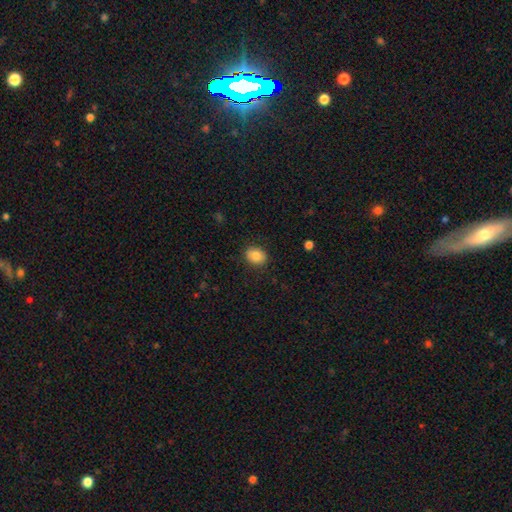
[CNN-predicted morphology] This appears to be a smooth galaxy with no disk features (84%) that is in between round and cigar-shaped (58%). Merging: none (87%).